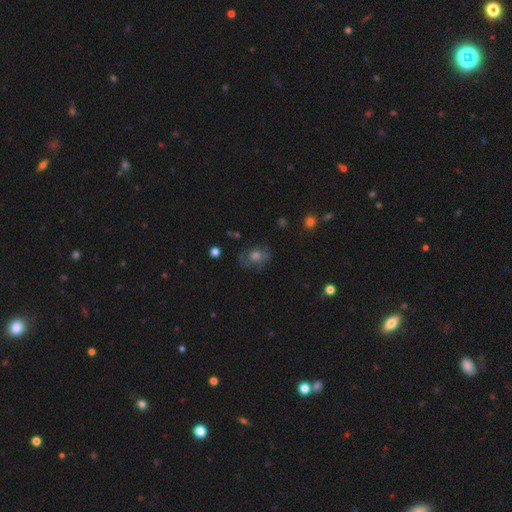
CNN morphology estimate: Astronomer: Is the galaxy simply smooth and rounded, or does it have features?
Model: smooth — 47% (runner-up: featured or disk, 31%).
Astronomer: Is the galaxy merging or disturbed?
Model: none — 65%.